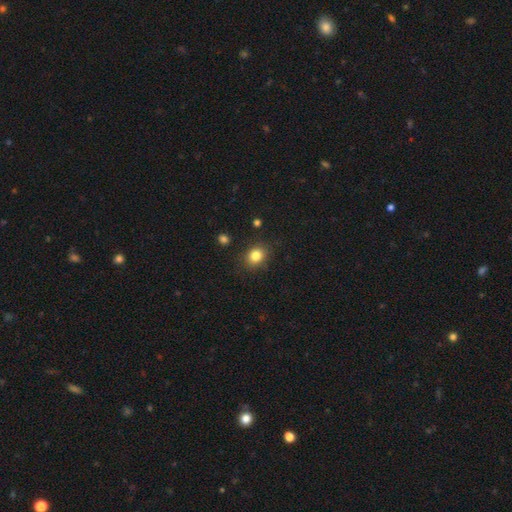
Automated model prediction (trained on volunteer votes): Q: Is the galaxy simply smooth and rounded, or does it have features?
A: smooth — 83%.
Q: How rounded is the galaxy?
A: round — 60%.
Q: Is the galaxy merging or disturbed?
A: none — 86%.